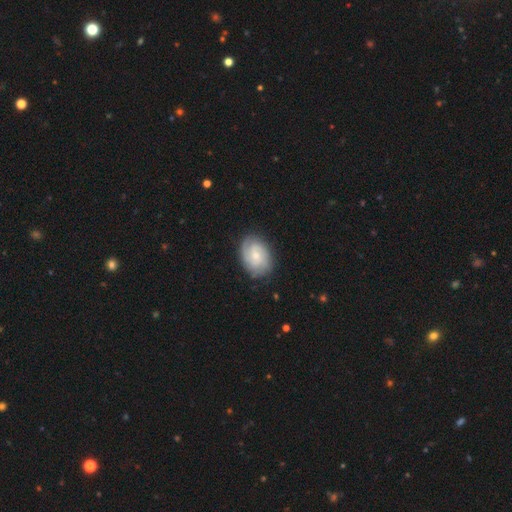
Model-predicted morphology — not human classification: Q: Smooth or featured?
A: featured or disk (68%); runner-up: smooth (26%)
Q: Edge-on disk?
A: no (97%); runner-up: yes (3%)
Q: Bar?
A: no (62%); runner-up: weak (34%)
Q: Spiral arms?
A: yes (93%); runner-up: no (7%)
Q: Spiral winding?
A: tight (57%); runner-up: medium (33%)
Q: Spiral arm count?
A: 2 (45%); runner-up: can't tell (27%)
Q: Bulge size?
A: small (55%); runner-up: moderate (37%)
Q: Merging?
A: none (80%); runner-up: minor disturbance (15%)